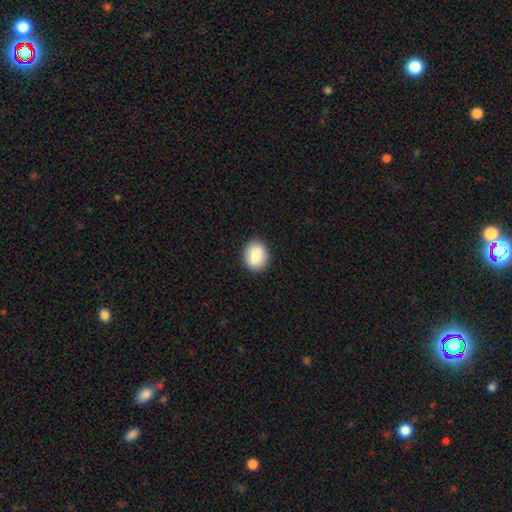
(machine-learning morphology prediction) Smooth or featured: smooth — 85% (featured or disk — 8%)
How rounded: in between — 51% (round — 48%)
Merging: none — 88% (minor disturbance — 9%)